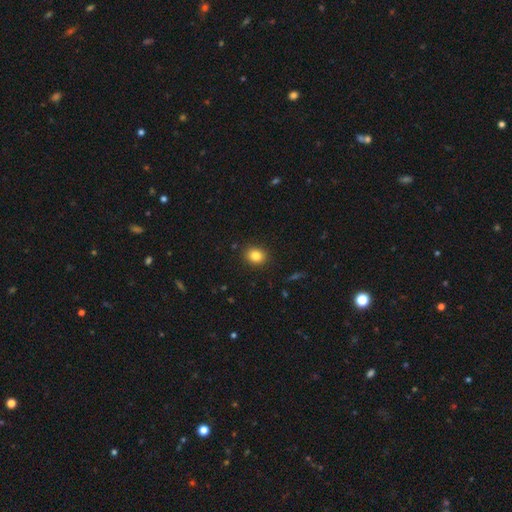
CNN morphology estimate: A smooth galaxy with no disk features (84%) that is round (61%). Merging: none (90%).